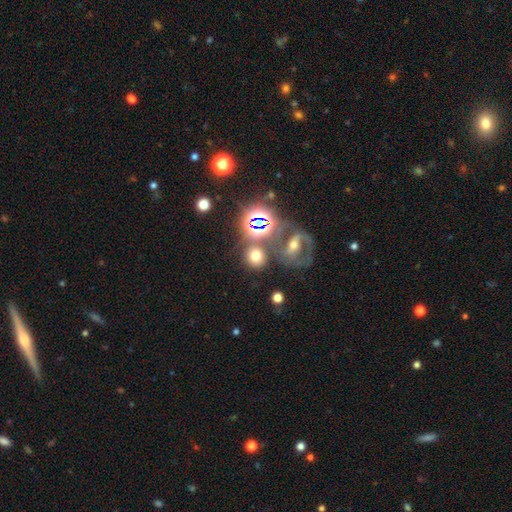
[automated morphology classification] This appears to be a smooth galaxy with no disk features (59%) that is round (82%). Merging: none (67%).